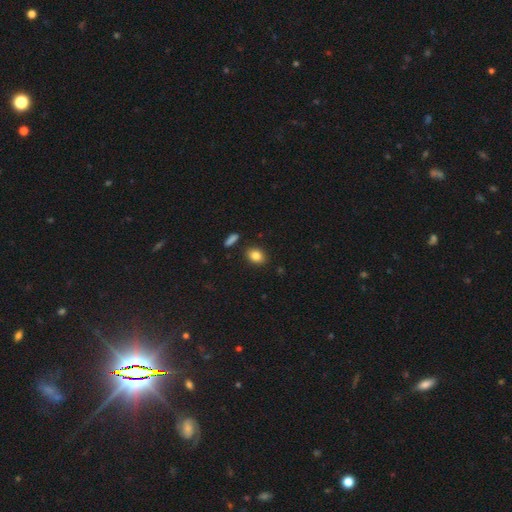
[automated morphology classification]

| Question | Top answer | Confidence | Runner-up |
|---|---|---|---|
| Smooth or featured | smooth | 84% | star or artifact (9%) |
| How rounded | in between | 61% | round (38%) |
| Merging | none | 86% | minor disturbance (9%) |